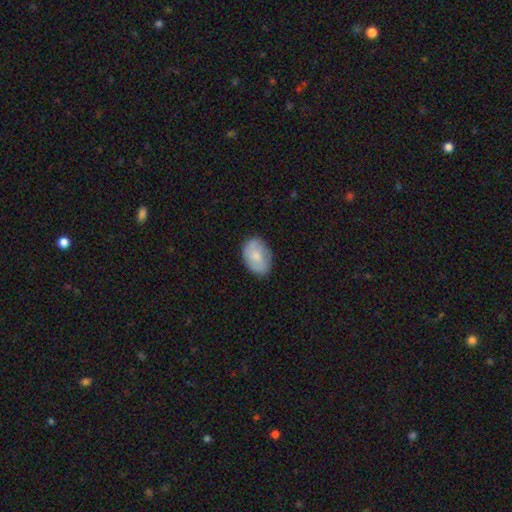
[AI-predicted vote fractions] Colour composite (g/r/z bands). It shows a smooth galaxy with no disk features (71%) that is in between round and cigar-shaped (85%). Merging: none (79%).